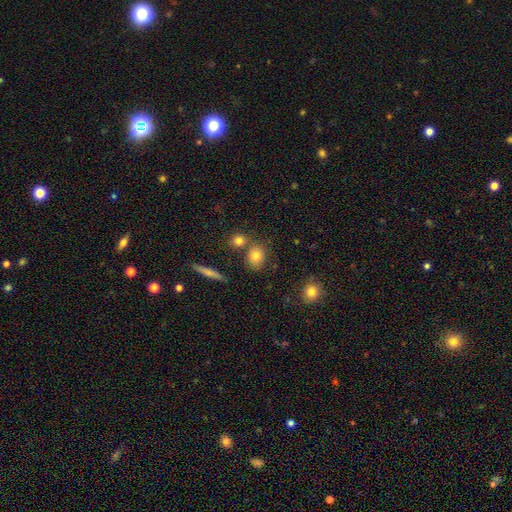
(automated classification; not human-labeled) smooth_or_featured: smooth (p=0.78) [alt: featured or disk p=0.11]
how_rounded: round (p=0.61) [alt: in between p=0.36]
merging: none (p=0.70) [alt: merger p=0.16]